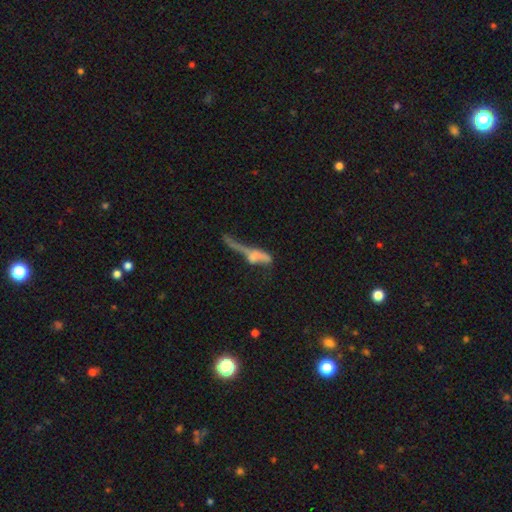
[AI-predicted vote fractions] Morphology: type=smooth (44%); merging=major disturbance (37%).